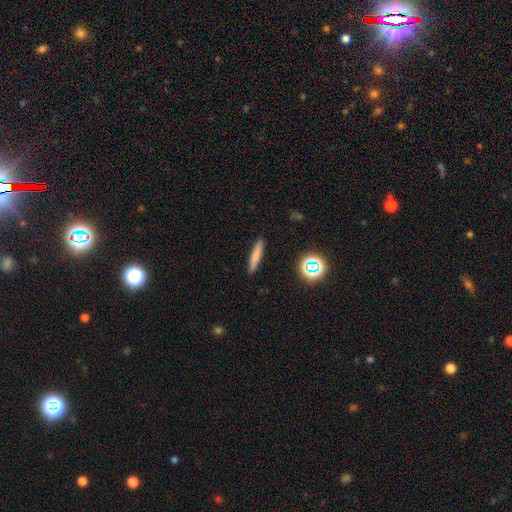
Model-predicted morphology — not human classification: smooth_or_featured: smooth (p=0.75) [alt: featured or disk p=0.14]
how_rounded: cigar-shaped (p=0.89) [alt: in between p=0.09]
merging: none (p=0.90) [alt: minor disturbance p=0.07]